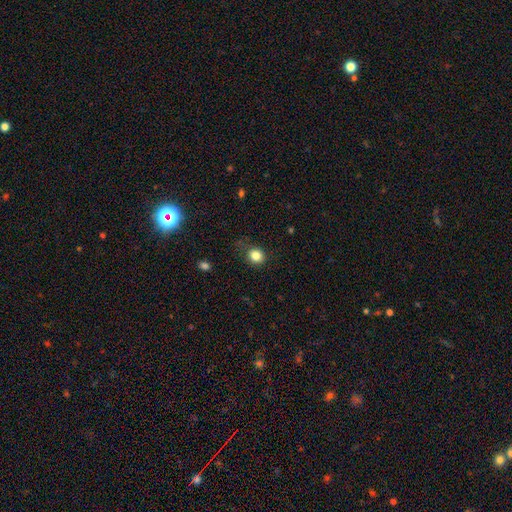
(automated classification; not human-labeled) Smooth or featured? Predicted: smooth (p=0.83). How rounded? Predicted: round (p=0.77). Merging? Predicted: none (p=0.79).